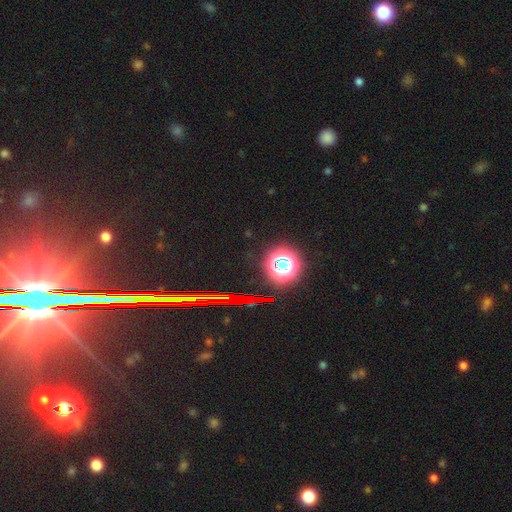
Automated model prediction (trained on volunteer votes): Morphology: type=star or artifact (80%).